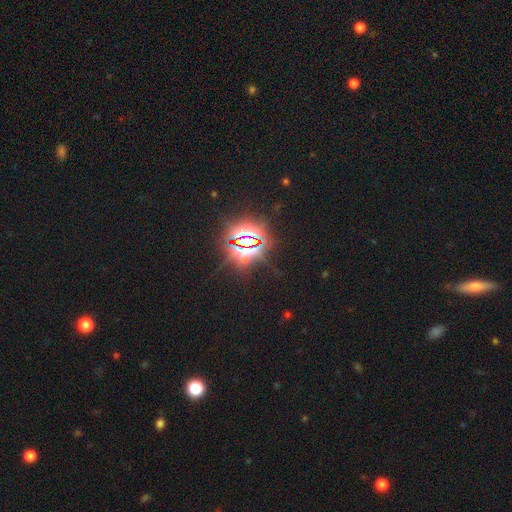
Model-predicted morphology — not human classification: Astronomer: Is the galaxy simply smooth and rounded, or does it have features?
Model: star or artifact — 84%.